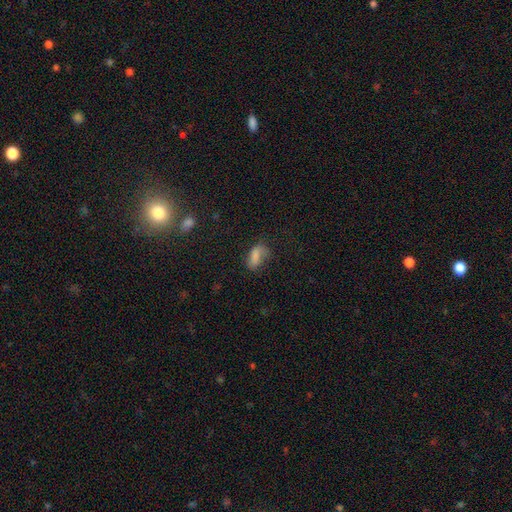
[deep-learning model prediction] Overall: smooth (75%). How rounded: in between (86%). Merging: none (48%; minor disturbance 29%).